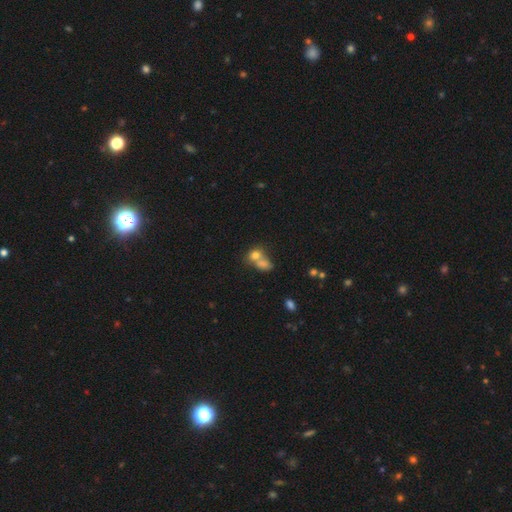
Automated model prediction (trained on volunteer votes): Smooth or featured? Predicted: smooth (p=0.76). How rounded? Predicted: round (p=0.54). Merging? Predicted: merger (p=0.63).